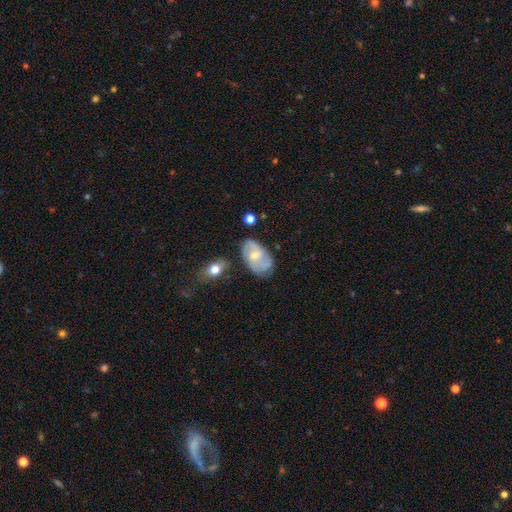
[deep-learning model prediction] A featured or disk galaxy (57%) with no bar (52%), spiral arms (74%) and a small central bulge (54%). Merging: none (61%).